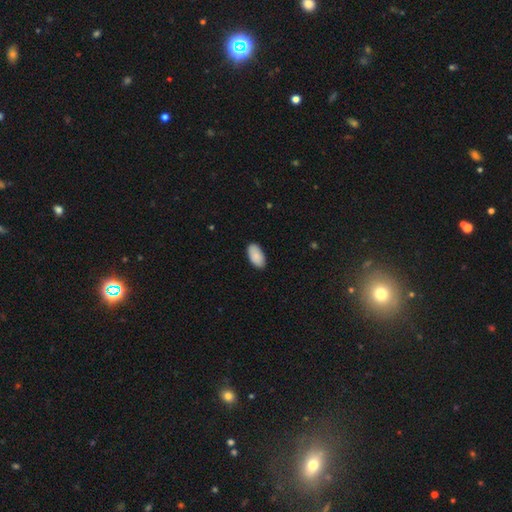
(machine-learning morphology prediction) smooth_or_featured: smooth (p=0.89) [alt: star or artifact p=0.06]
how_rounded: in between (p=0.96) [alt: round p=0.02]
merging: none (p=0.87) [alt: minor disturbance p=0.11]